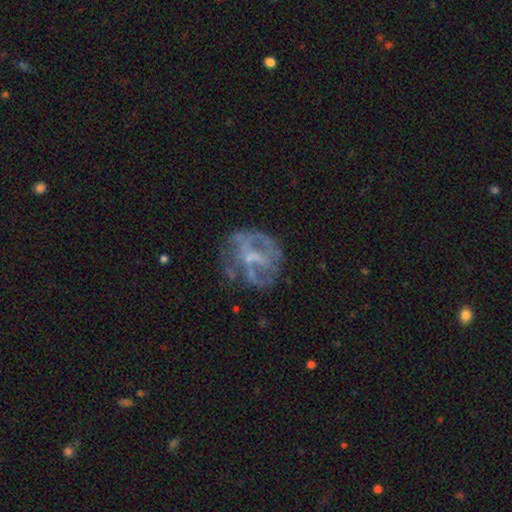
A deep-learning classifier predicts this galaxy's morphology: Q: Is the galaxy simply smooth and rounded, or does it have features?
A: featured or disk — 66%.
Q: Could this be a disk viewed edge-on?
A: no — 97%.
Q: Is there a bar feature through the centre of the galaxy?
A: no — 49%.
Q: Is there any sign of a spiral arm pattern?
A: no — 55%.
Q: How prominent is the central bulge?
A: small — 43%.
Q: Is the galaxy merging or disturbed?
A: none — 60%.